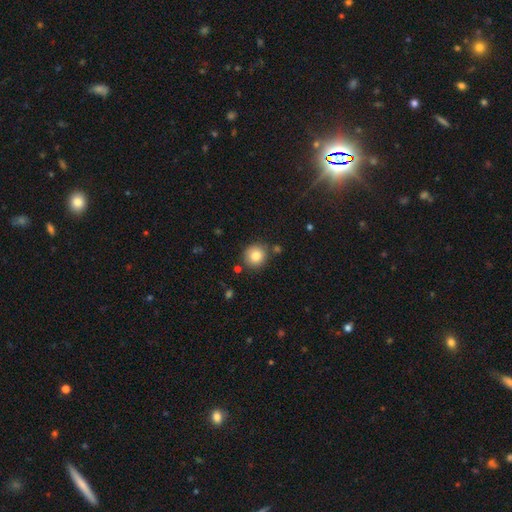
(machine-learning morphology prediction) smooth_or_featured: smooth (p=0.83) [alt: star or artifact p=0.10]
how_rounded: round (p=0.90) [alt: in between p=0.09]
merging: none (p=0.82) [alt: minor disturbance p=0.10]